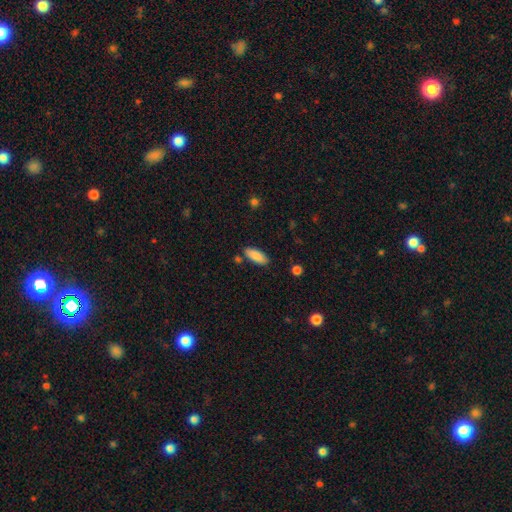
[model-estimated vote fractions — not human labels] Overall: smooth (88%). How rounded: in between (76%). Merging: none (82%).